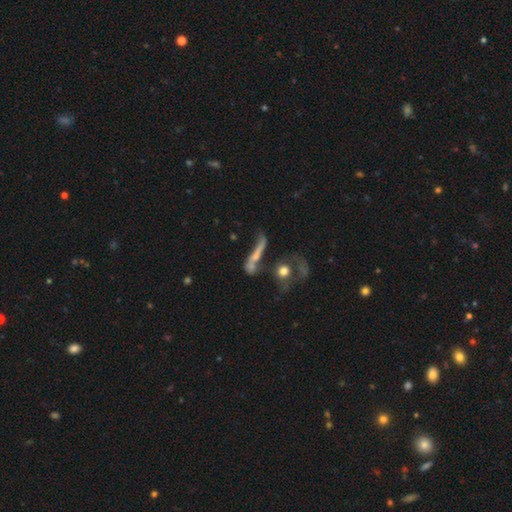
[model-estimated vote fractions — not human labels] Smooth or featured? featured or disk (44%)
Merging? merger (34%)